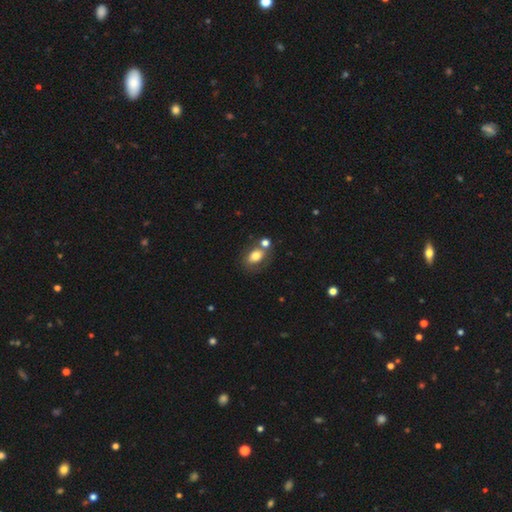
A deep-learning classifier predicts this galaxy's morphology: The model was most divided on "merging": none: 55%, merger: 23%, minor disturbance: 15%, major disturbance: 7%. More confident: smooth or featured — smooth (74%); how rounded — in between (72%).